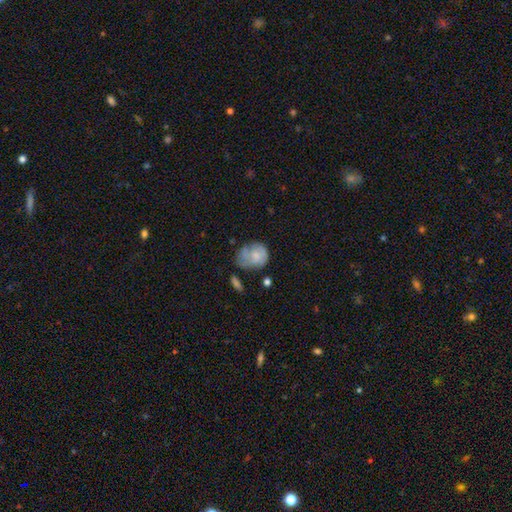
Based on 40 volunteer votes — Smooth or featured? smooth (52%)
How rounded? round (52%)
Merging? minor disturbance (38%)